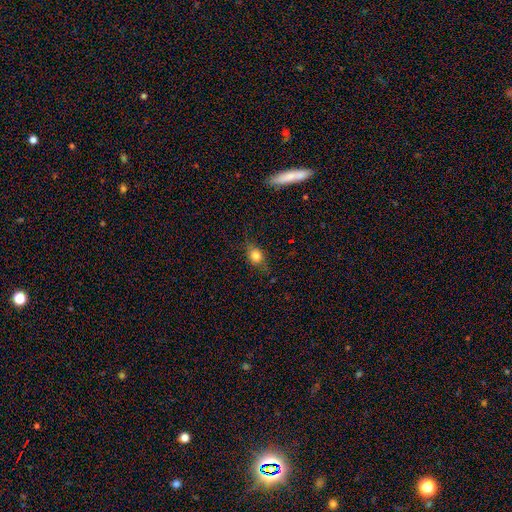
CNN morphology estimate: A smooth galaxy with no disk features (74%) that is in between round and cigar-shaped (52%). Merging: none (73%).